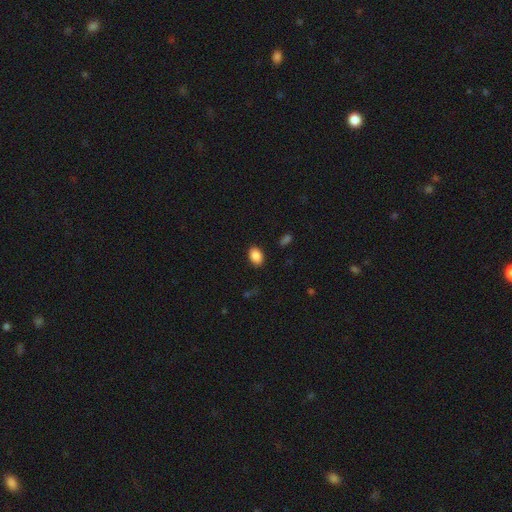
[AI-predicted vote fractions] A smooth galaxy with no disk features (89%) that is in between round and cigar-shaped (84%). Merging: none (88%).